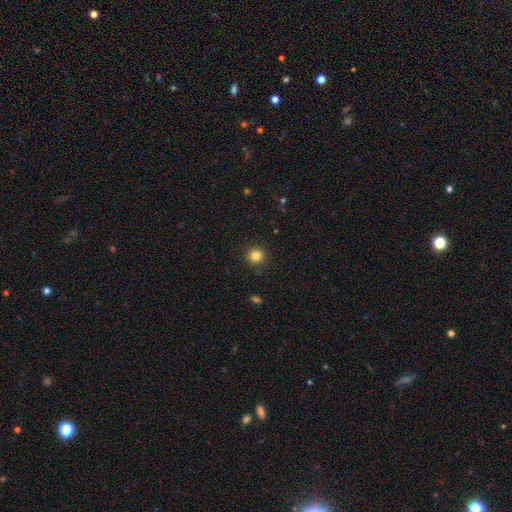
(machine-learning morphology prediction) smooth 82%, star or artifact 12%, featured or disk 5%. Down the decision tree: how rounded — round (94%); merging — none (90%).